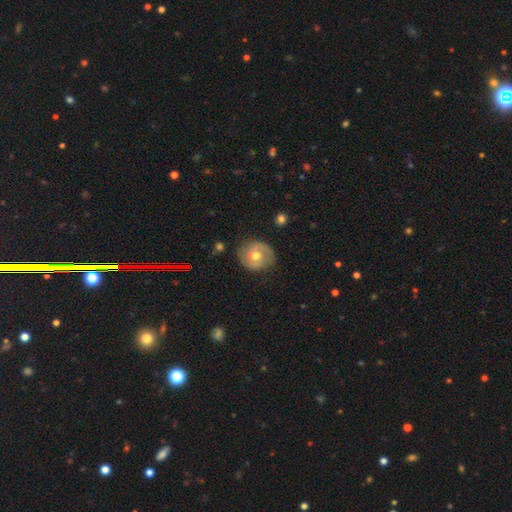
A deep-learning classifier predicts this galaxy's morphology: Smooth or featured? Predicted: featured or disk (p=0.50). Merging? Predicted: none (p=0.72).